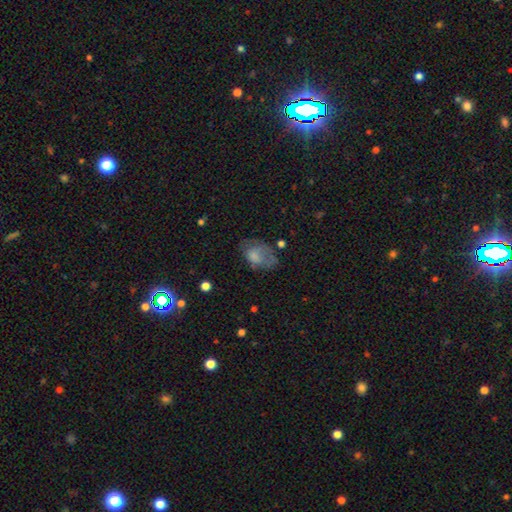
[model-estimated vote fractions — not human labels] Smooth or featured? Predicted: smooth (p=0.66). How rounded? Predicted: in between (p=0.83). Merging? Predicted: none (p=0.38).